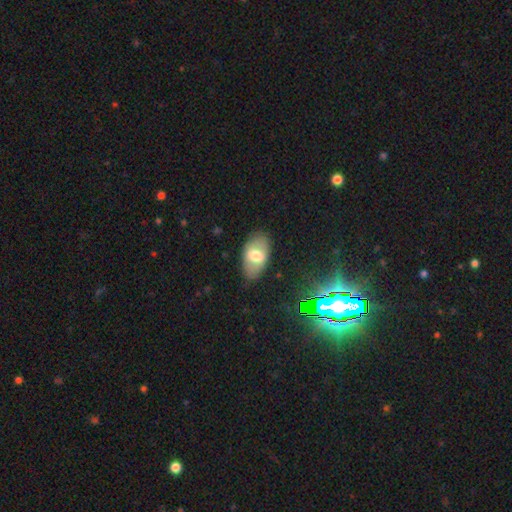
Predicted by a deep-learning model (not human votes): A smooth galaxy with no disk features (59%) that is in between round and cigar-shaped (92%).

Vote fractions:
- Smooth or featured? smooth: 59% / featured or disk: 32% / star or artifact: 9%
- How rounded? in between: 92% / round: 6% / cigar-shaped: 2%
- Merging? none: 81% / minor disturbance: 14% / major disturbance: 4% / merger: 1%